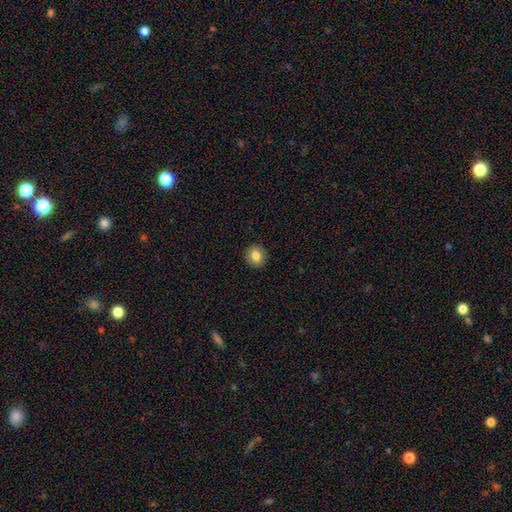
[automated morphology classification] This appears to be a smooth galaxy with no disk features (83%) that is round (86%). Merging: none (91%).